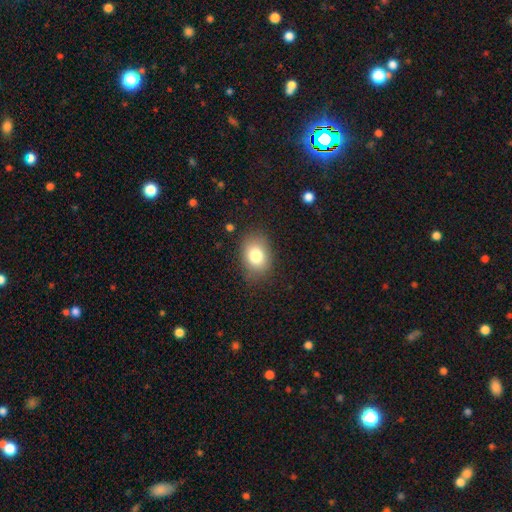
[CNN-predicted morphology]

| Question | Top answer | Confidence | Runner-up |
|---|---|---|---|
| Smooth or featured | smooth | 80% | featured or disk (10%) |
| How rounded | in between | 71% | round (28%) |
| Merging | none | 81% | minor disturbance (14%) |